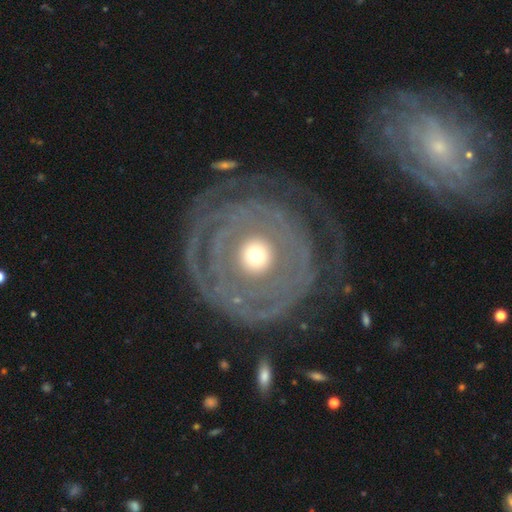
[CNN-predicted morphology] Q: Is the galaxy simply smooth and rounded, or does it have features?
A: featured or disk — 80%.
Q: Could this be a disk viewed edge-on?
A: no — 97%.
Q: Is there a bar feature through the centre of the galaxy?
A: no — 87%.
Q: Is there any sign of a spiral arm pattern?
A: yes — 78%.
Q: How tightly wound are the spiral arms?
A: tight — 72%.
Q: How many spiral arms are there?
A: can't tell — 32%.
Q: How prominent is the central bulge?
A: moderate — 43%.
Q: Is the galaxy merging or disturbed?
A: none — 69%.